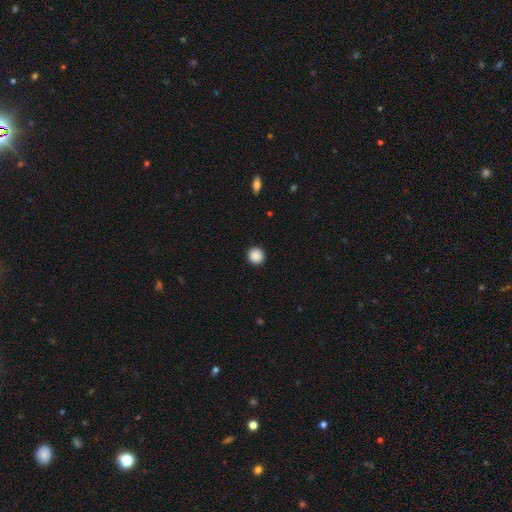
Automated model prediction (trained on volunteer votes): A smooth galaxy with no disk features (89%) that is round (95%). Merging: none (93%).